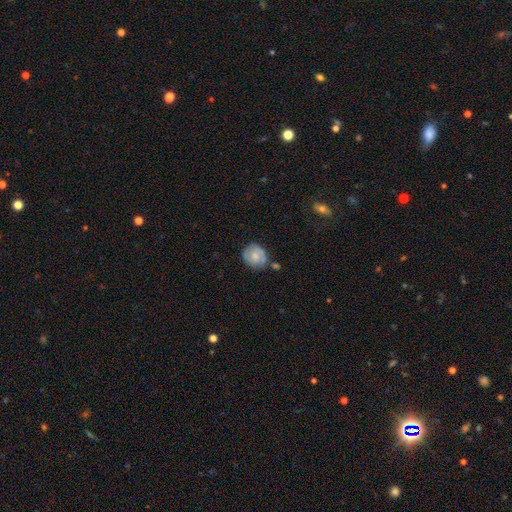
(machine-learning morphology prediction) Smooth or featured: smooth — 57% (featured or disk — 35%)
How rounded: round — 75% (in between — 24%)
Merging: none — 62% (minor disturbance — 23%)